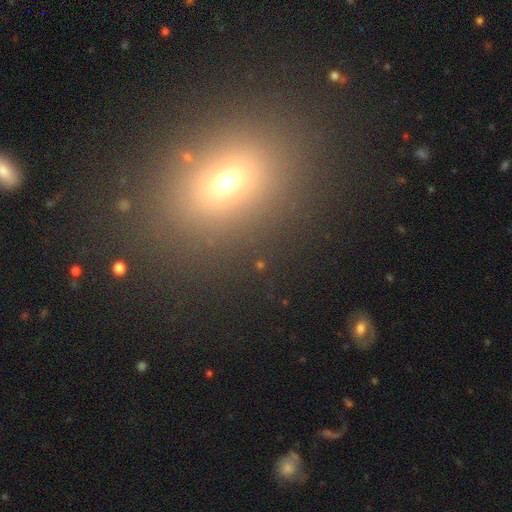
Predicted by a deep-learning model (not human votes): Q: Smooth or featured?
A: smooth (61%); runner-up: star or artifact (27%)
Q: How rounded?
A: in between (58%); runner-up: round (39%)
Q: Merging?
A: none (86%); runner-up: minor disturbance (7%)